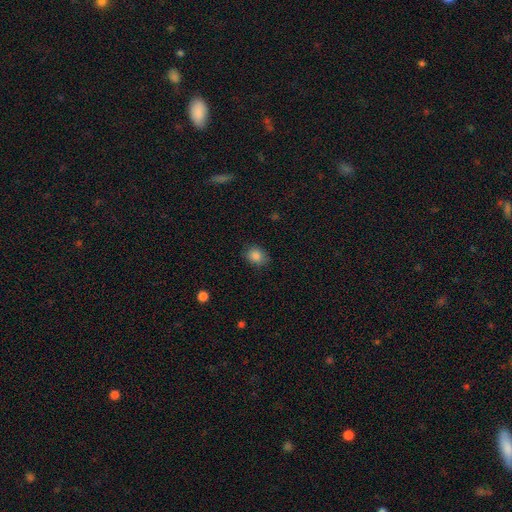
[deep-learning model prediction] smooth-or-featured: smooth: 85% | star or artifact: 10% | featured or disk: 5%
  how-rounded: in between: 51% | round: 48% | cigar-shaped: 1%
  merging: none: 83% | minor disturbance: 13% | major disturbance: 3% | merger: 1%